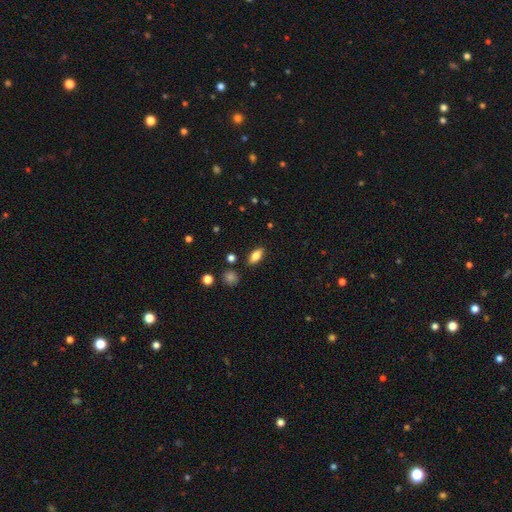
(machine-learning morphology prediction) Smooth or featured?
  - smooth: 80% *
  - featured or disk: 11%
  - star or artifact: 8%
How rounded?
  - in between: 86% *
  - cigar-shaped: 10%
  - round: 4%
Merging?
  - none: 86% *
  - minor disturbance: 10%
  - major disturbance: 2%
  - merger: 2%